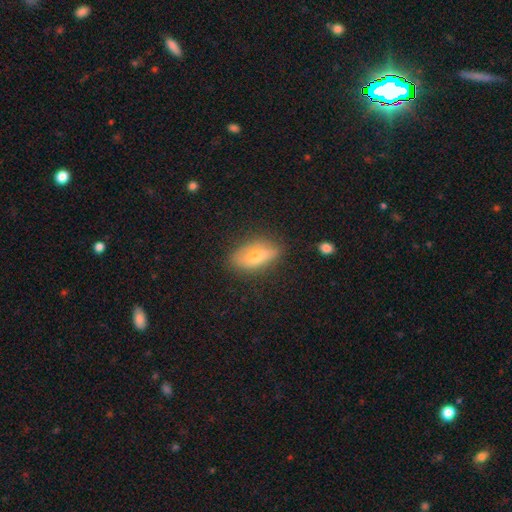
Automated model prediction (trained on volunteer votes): Smooth or featured: smooth — 59% (featured or disk — 33%)
How rounded: in between — 79% (cigar-shaped — 17%)
Merging: none — 76% (minor disturbance — 18%)